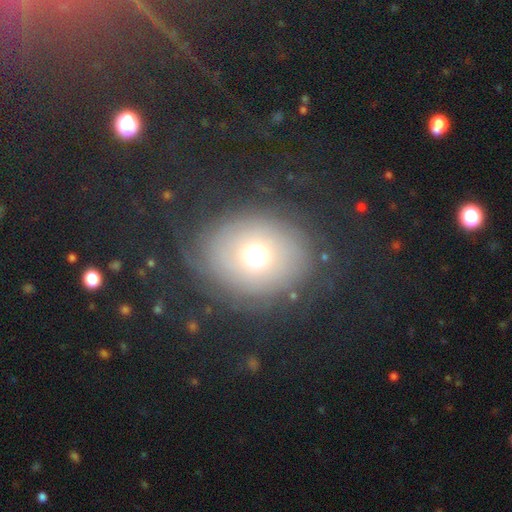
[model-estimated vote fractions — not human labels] smooth-or-featured: smooth: 55% | featured or disk: 29% | star or artifact: 16%
  how-rounded: round: 65% | in between: 33% | cigar-shaped: 1%
  merging: none: 58% | major disturbance: 20% | minor disturbance: 19% | merger: 3%